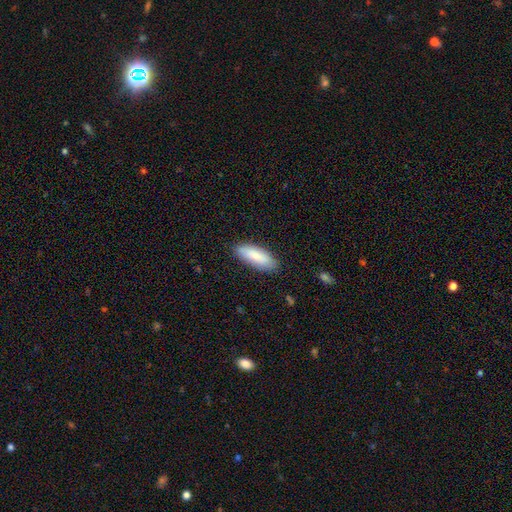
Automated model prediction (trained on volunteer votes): Overall: smooth (86%). How rounded: in between (61%; cigar-shaped 37%). Merging: none (86%).